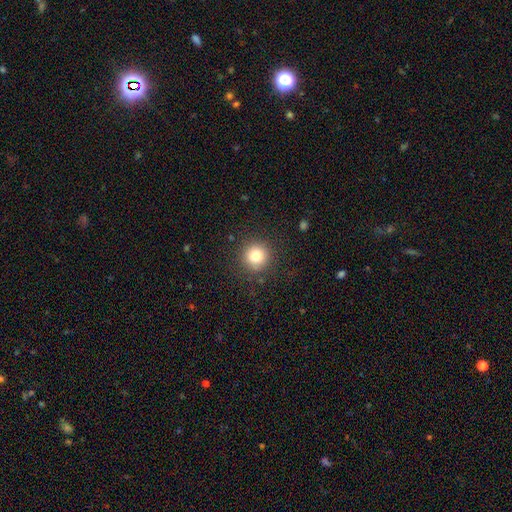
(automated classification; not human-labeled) Smooth or featured? smooth (80%)
How rounded? round (95%)
Merging? none (89%)